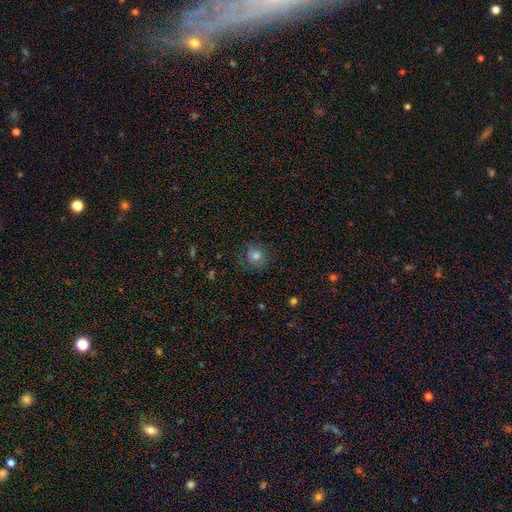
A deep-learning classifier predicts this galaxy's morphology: Smooth or featured: smooth — 75% (star or artifact — 15%)
How rounded: round — 85% (in between — 14%)
Merging: none — 77% (minor disturbance — 15%)